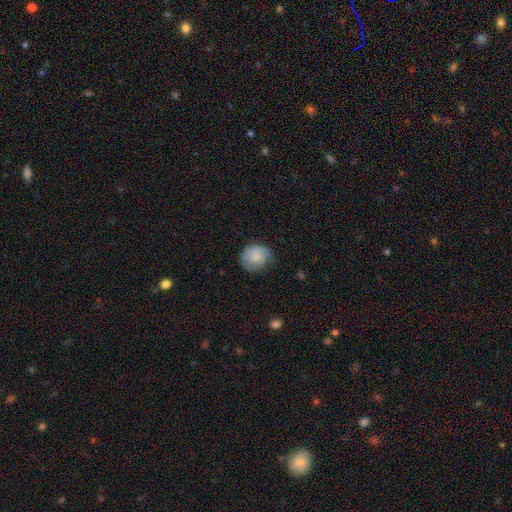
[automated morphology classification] type=smooth (66%); roundness=round (77%); merging=none (64%).